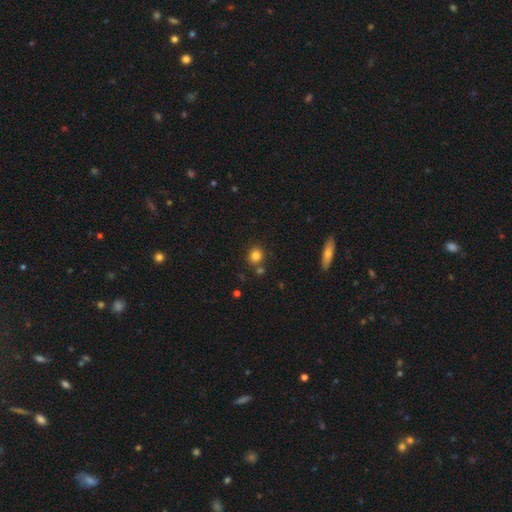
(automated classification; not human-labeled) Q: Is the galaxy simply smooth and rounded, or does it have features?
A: smooth — 83%.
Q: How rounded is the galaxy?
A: round — 83%.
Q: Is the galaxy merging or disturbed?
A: none — 76%.